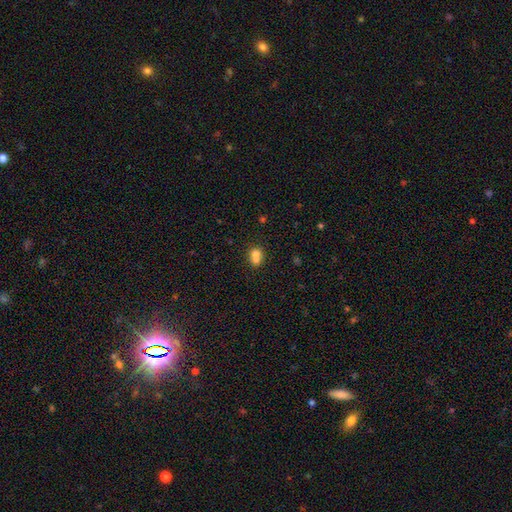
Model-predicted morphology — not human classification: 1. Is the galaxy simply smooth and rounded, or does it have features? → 70% smooth, 17% featured or disk, 12% star or artifact.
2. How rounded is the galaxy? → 66% round, 32% in between, 1% cigar-shaped.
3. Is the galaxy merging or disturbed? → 64% merger, 27% none, 6% minor disturbance, 3% major disturbance.